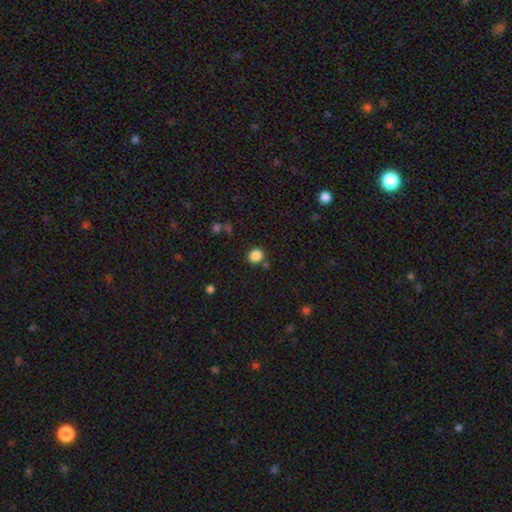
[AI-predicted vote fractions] smooth-or-featured: smooth: 85% | star or artifact: 11% | featured or disk: 4%
  how-rounded: round: 83% | in between: 16% | cigar-shaped: 1%
  merging: none: 82% | minor disturbance: 9% | merger: 6% | major disturbance: 3%